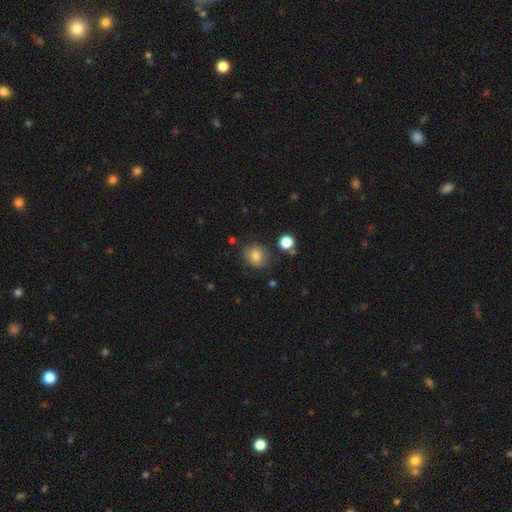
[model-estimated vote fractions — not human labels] Smooth or featured? Predicted: smooth (p=0.77). How rounded? Predicted: round (p=0.73). Merging? Predicted: none (p=0.75).